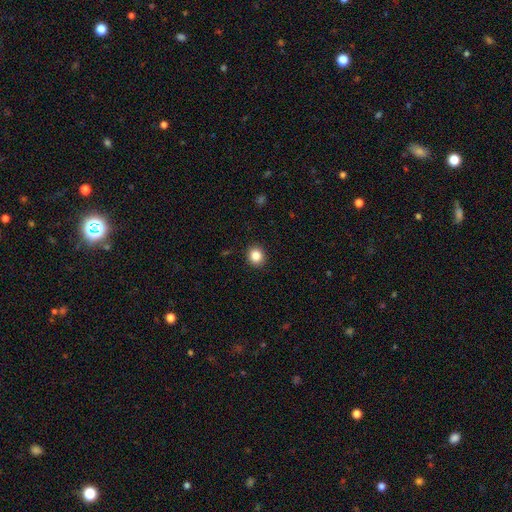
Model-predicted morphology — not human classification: smooth 85%, star or artifact 10%, featured or disk 5%. Down the decision tree: how rounded — round (82%); merging — none (91%).